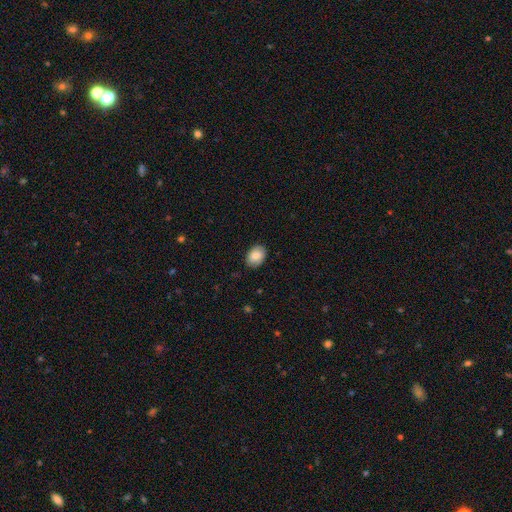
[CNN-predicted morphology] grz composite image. It shows a smooth galaxy with no disk features (82%) that is in between round and cigar-shaped (80%). Merging: none (85%).